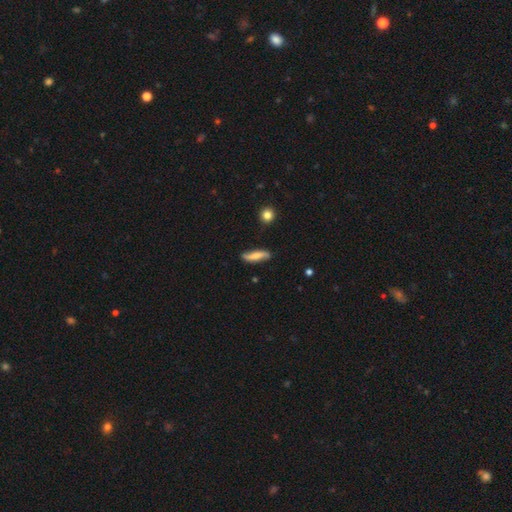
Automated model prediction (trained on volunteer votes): Overall: smooth (47%; featured or disk 46%). Merging: none (81%).